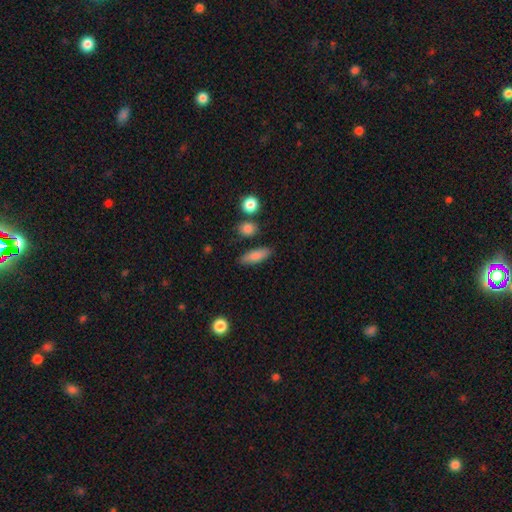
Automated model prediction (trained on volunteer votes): Q: Smooth or featured?
A: smooth (82%); runner-up: featured or disk (11%)
Q: How rounded?
A: in between (59%); runner-up: cigar-shaped (38%)
Q: Merging?
A: none (83%); runner-up: minor disturbance (10%)